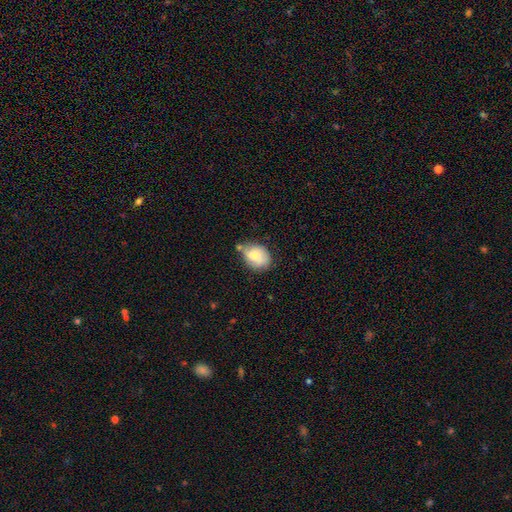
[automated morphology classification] Overall: smooth (76%). How rounded: in between (65%; round 34%). Merging: none (51%; minor disturbance 29%).